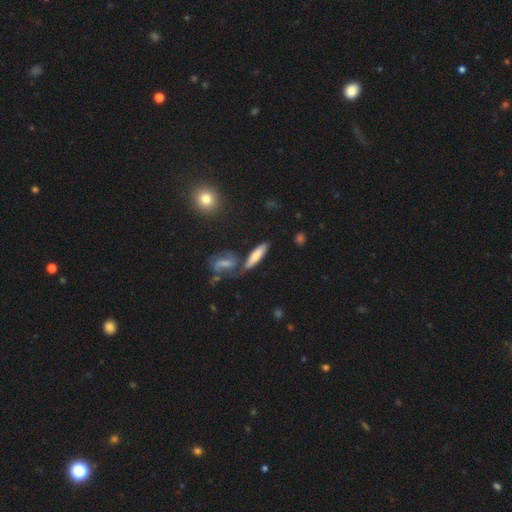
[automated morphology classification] The model was most divided on "smooth or featured": smooth: 60%, featured or disk: 32%, star or artifact: 8%. More confident: how rounded — cigar-shaped (69%); merging — none (60%).